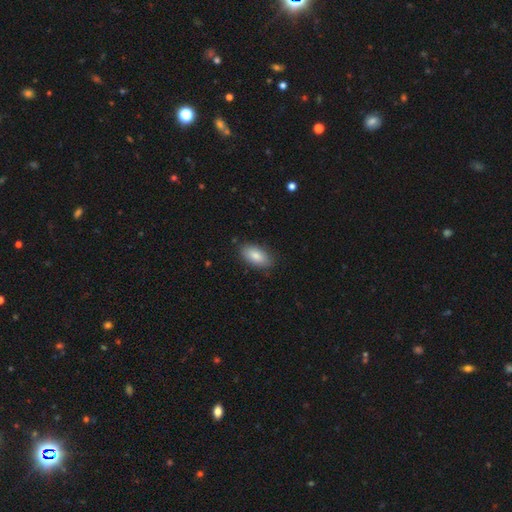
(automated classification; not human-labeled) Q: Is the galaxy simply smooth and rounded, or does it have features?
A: smooth — 85%.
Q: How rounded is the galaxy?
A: in between — 92%.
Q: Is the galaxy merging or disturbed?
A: none — 84%.